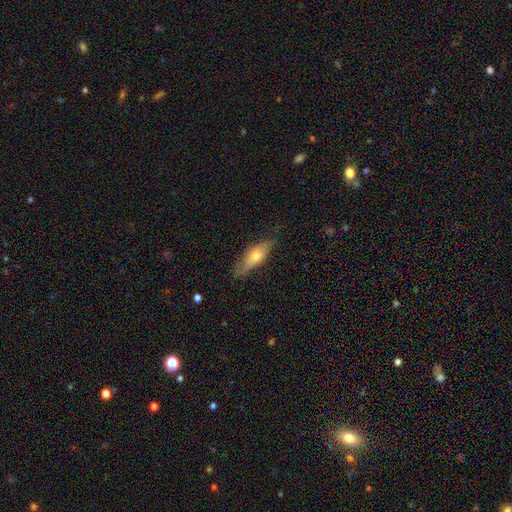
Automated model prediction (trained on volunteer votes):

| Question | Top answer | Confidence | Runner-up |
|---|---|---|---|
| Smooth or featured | smooth | 57% | featured or disk (37%) |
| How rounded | in between | 54% | cigar-shaped (43%) |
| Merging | none | 70% | minor disturbance (23%) |